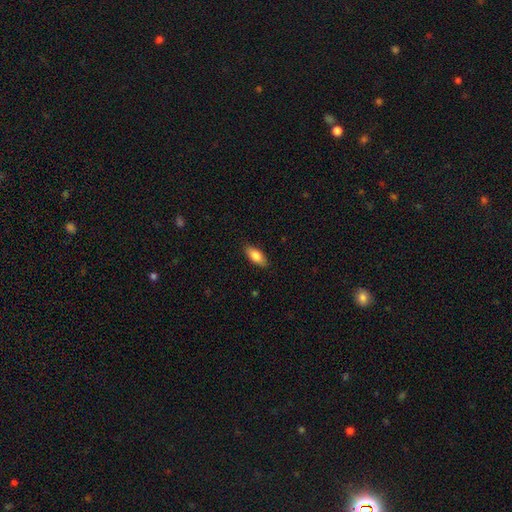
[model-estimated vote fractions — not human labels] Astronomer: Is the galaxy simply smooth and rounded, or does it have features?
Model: smooth — 82%.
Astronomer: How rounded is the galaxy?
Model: in between — 82%.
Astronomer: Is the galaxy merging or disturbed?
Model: none — 88%.